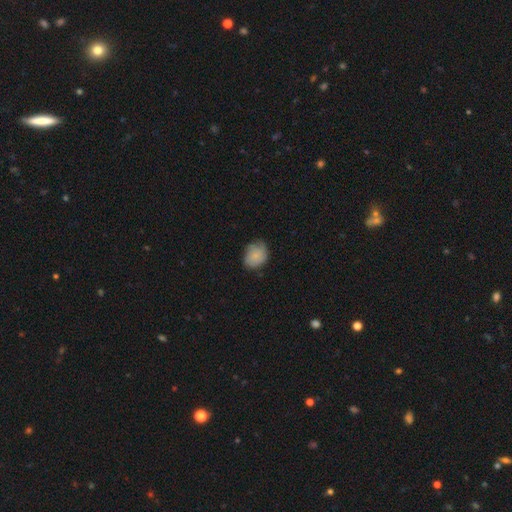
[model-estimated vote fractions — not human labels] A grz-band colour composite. It shows a smooth galaxy with no disk features (78%) that is round (53%). Merging: none (64%).